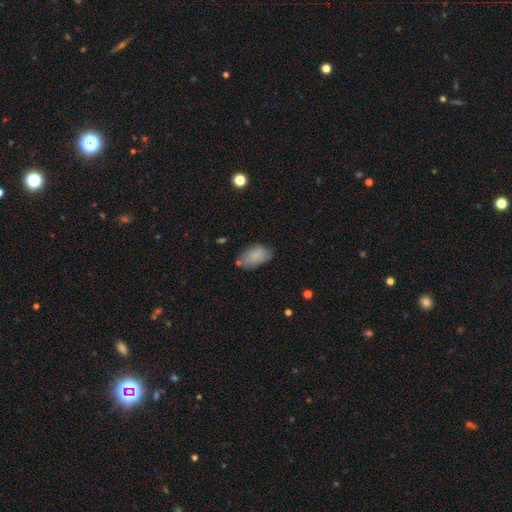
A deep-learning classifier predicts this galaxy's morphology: smooth-or-featured: smooth: 82% | featured or disk: 10% | star or artifact: 8%
  how-rounded: in between: 92% | round: 6% | cigar-shaped: 2%
  merging: none: 59% | minor disturbance: 28% | major disturbance: 8% | merger: 5%